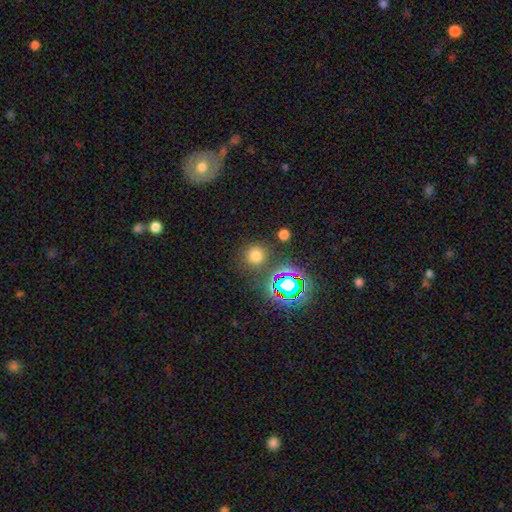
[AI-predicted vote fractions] Smooth or featured? Predicted: smooth (p=0.67). How rounded? Predicted: round (p=0.91). Merging? Predicted: none (p=0.82).